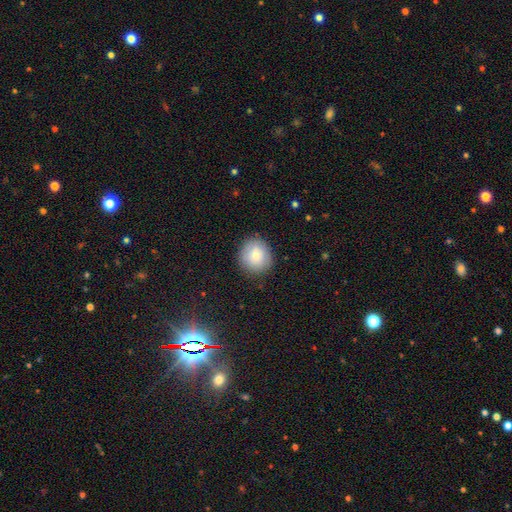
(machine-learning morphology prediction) Smooth or featured? smooth (77%)
How rounded? round (89%)
Merging? none (86%)